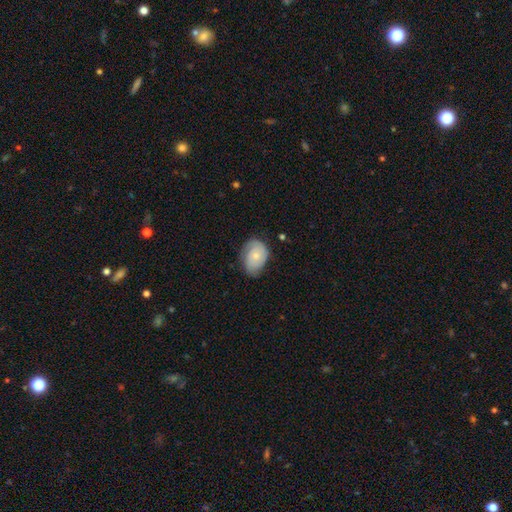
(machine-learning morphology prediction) This appears to be a smooth galaxy with no disk features (51%) that is in between round and cigar-shaped (74%). Merging: none (59%).